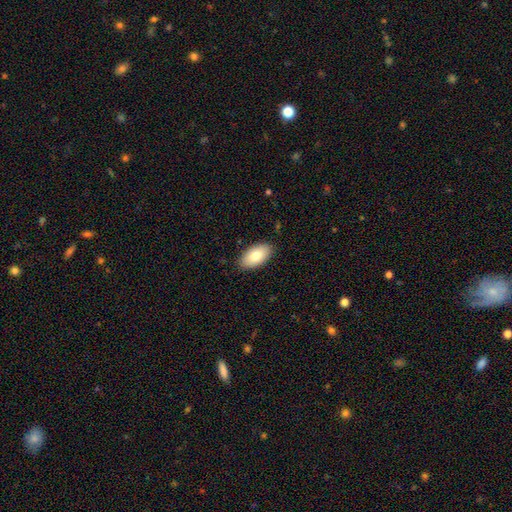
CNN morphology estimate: This is clearly a smooth galaxy (82%). How rounded: clearly in between (95%). Merging: clearly none (87%).